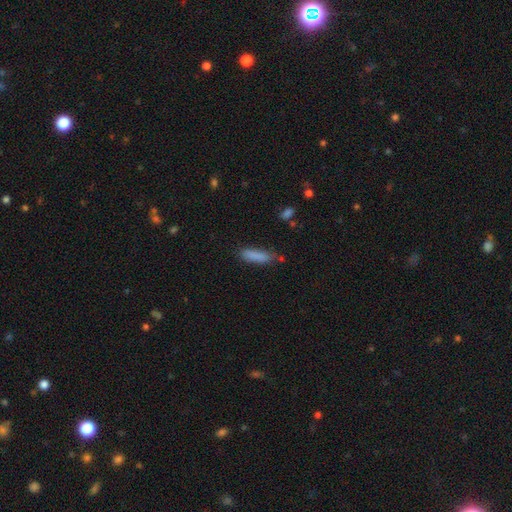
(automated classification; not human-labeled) A smooth galaxy with no disk features (85%) that is cigar-shaped (66%).

Vote fractions:
- Smooth or featured? smooth: 85% / star or artifact: 7% / featured or disk: 7%
- How rounded? cigar-shaped: 66% / in between: 33% / round: 2%
- Merging? none: 70% / minor disturbance: 21% / major disturbance: 5% / merger: 4%